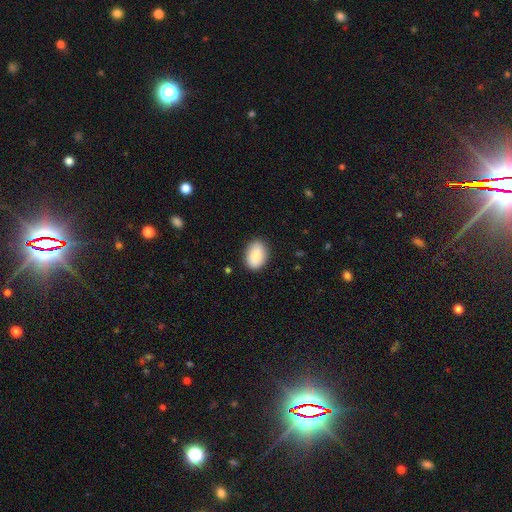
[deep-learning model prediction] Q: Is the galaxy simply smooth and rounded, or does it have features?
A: smooth — 85%.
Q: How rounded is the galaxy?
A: in between — 81%.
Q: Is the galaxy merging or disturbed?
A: none — 86%.